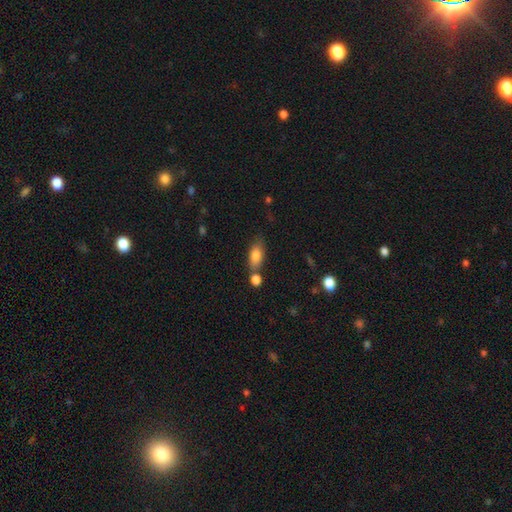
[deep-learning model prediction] This is clearly a smooth galaxy (81%). How rounded: clearly in between (83%). Merging: likely none (61%).